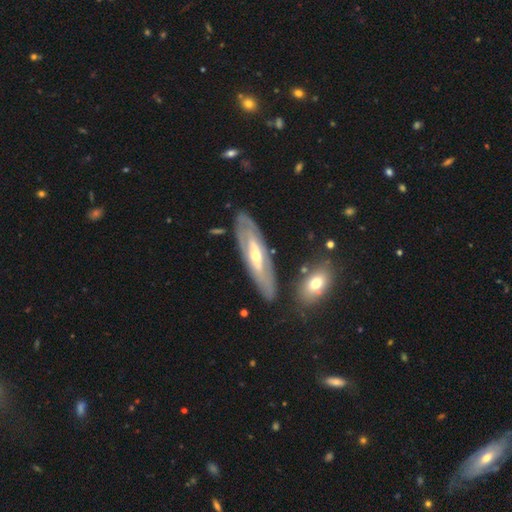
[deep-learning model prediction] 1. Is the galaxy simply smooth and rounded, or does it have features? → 75% featured or disk, 20% smooth, 6% star or artifact.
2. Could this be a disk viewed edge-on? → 72% no, 28% yes.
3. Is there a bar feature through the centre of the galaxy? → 48% no, 30% weak, 22% strong.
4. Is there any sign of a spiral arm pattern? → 55% yes, 45% no.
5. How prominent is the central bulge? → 50% moderate, 44% small, 3% large, 1% none, 1% dominant.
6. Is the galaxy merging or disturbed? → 80% none, 13% minor disturbance, 4% major disturbance, 3% merger.